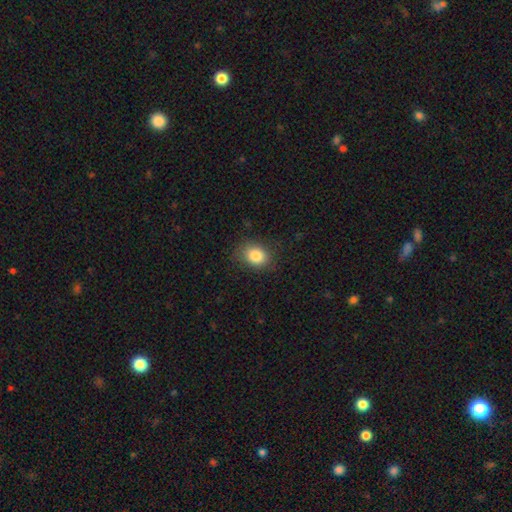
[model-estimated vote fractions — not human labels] smooth 84%, star or artifact 9%, featured or disk 6%. Down the decision tree: how rounded — in between (57%); merging — none (82%).